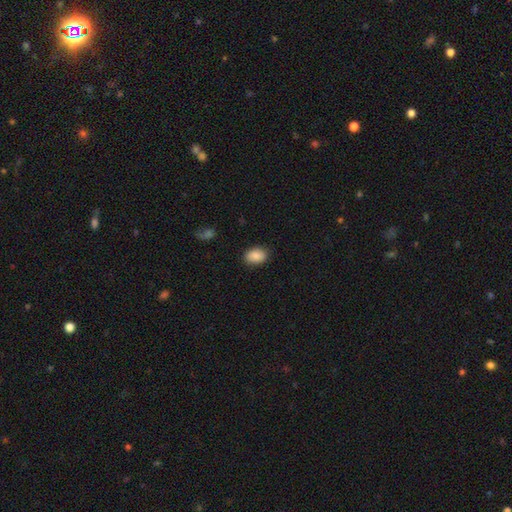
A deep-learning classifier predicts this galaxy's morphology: This is clearly a smooth galaxy (89%). How rounded: clearly in between (82%). Merging: clearly none (87%).